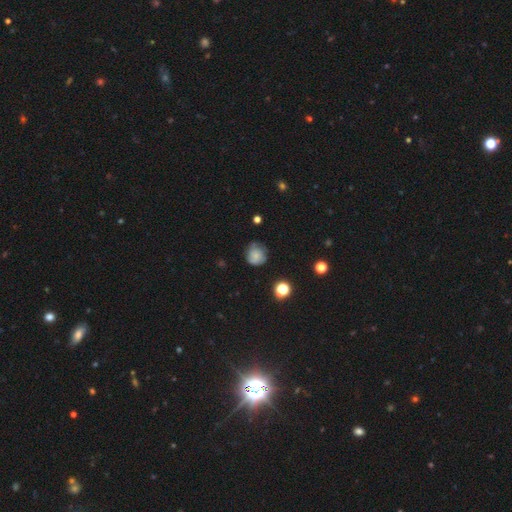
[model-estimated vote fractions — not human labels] smooth-or-featured: smooth: 60% | featured or disk: 28% | star or artifact: 12%
  how-rounded: round: 85% | in between: 14% | cigar-shaped: 1%
  merging: none: 64% | minor disturbance: 26% | major disturbance: 8% | merger: 2%